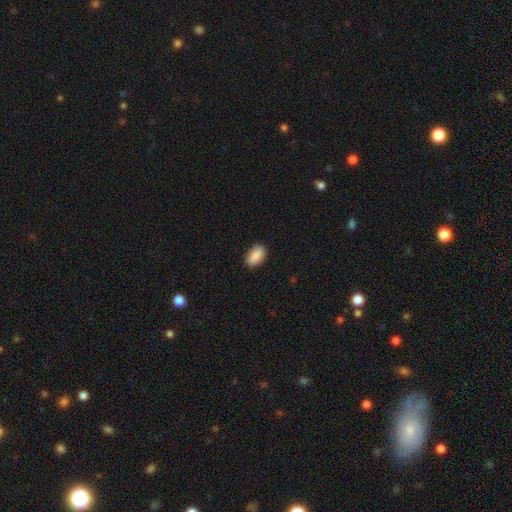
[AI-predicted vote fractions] smooth-or-featured: smooth: 90% | star or artifact: 7% | featured or disk: 4%
  how-rounded: in between: 93% | round: 5% | cigar-shaped: 2%
  merging: none: 87% | minor disturbance: 10% | major disturbance: 2% | merger: 1%